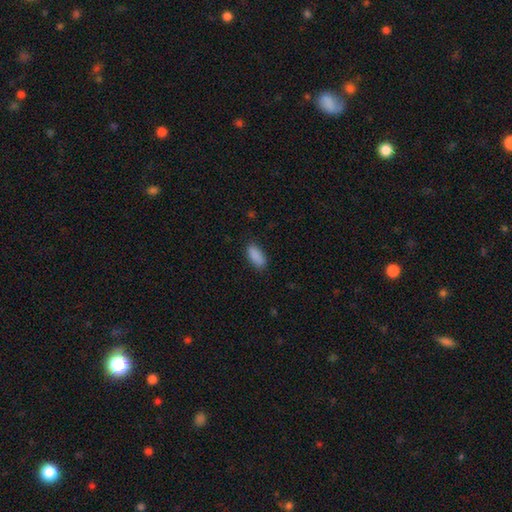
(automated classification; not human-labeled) Smooth or featured? Predicted: smooth (p=0.90). How rounded? Predicted: in between (p=0.84). Merging? Predicted: none (p=0.85).